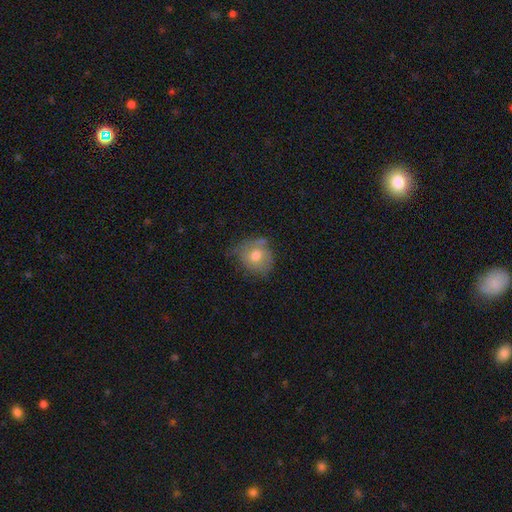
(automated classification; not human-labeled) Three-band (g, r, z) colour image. It shows a smooth galaxy with no disk features (64%) that is round (69%). Merging: none (48%).